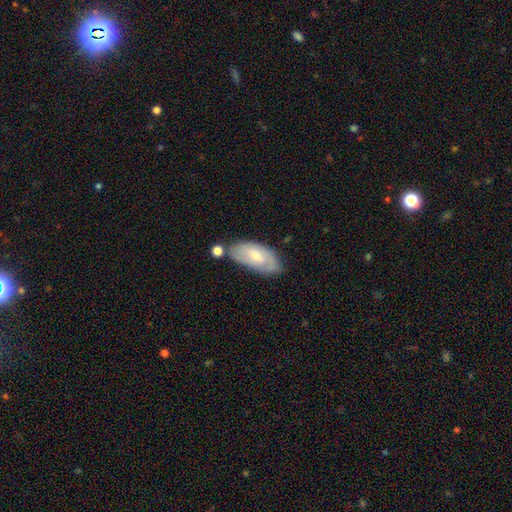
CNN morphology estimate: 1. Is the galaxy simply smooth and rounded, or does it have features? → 47% smooth (tied), 47% featured or disk (tied), 6% star or artifact.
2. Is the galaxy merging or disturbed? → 61% none, 22% minor disturbance, 10% merger, 6% major disturbance.